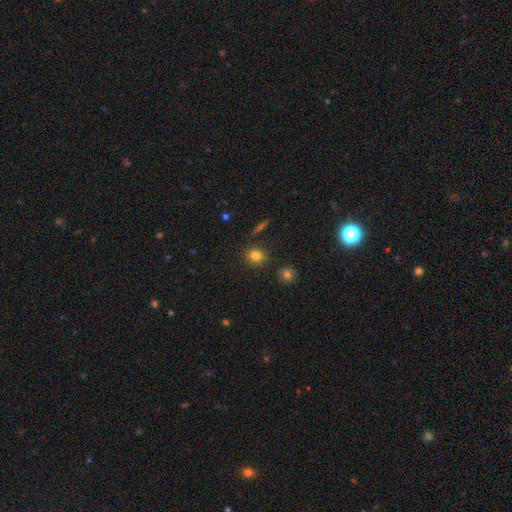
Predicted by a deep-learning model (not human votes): Smooth or featured?
  - smooth: 80% *
  - star or artifact: 12%
  - featured or disk: 8%
How rounded?
  - round: 75% *
  - in between: 23%
  - cigar-shaped: 2%
Merging?
  - none: 87% *
  - minor disturbance: 8%
  - merger: 3%
  - major disturbance: 2%